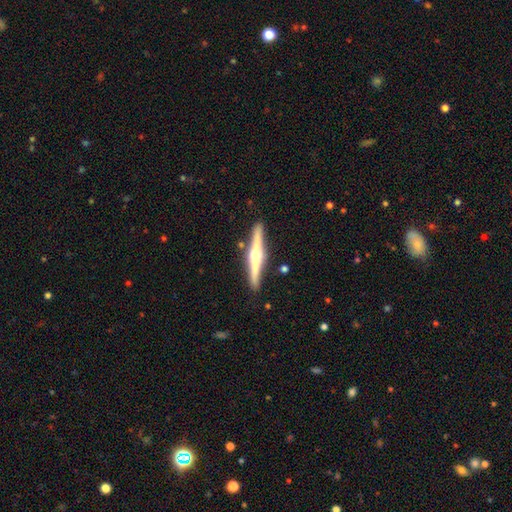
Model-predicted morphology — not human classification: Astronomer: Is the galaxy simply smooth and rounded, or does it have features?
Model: featured or disk — 76%.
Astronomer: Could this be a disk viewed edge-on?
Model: yes — 98%.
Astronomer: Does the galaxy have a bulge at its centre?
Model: rounded — 94%.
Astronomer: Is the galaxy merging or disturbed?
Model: none — 88%.